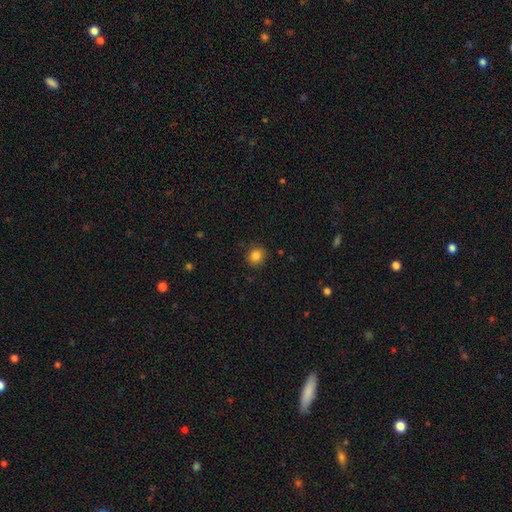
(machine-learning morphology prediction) Smooth or featured? Predicted: smooth (p=0.84). How rounded? Predicted: round (p=0.84). Merging? Predicted: none (p=0.88).